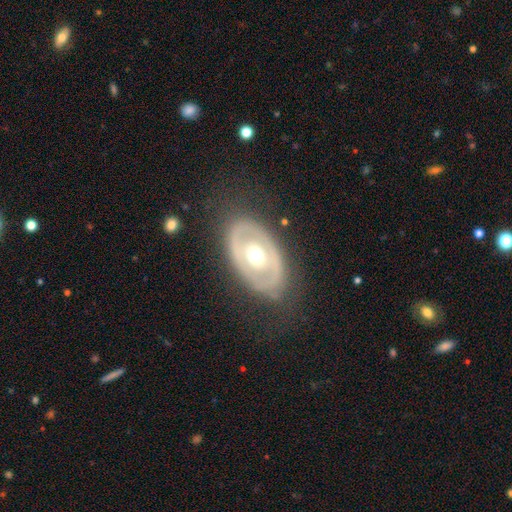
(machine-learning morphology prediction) Q: Smooth or featured?
A: featured or disk (63%); runner-up: smooth (31%)
Q: Edge-on disk?
A: no (90%); runner-up: yes (10%)
Q: Bar?
A: no (80%); runner-up: weak (13%)
Q: Spiral arms?
A: no (85%); runner-up: yes (15%)
Q: Bulge size?
A: moderate (73%); runner-up: small (13%)
Q: Merging?
A: none (77%); runner-up: minor disturbance (14%)